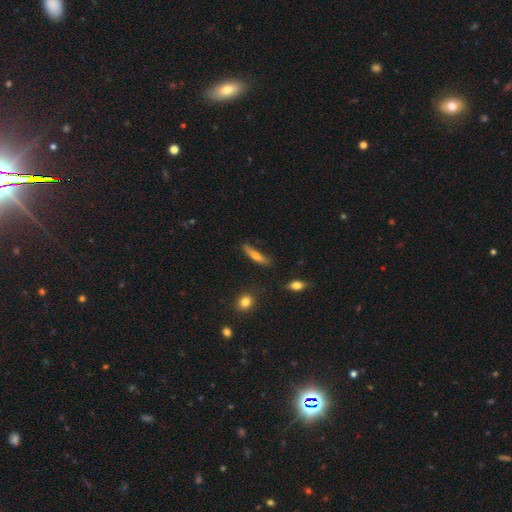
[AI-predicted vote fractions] smooth 63%, featured or disk 29%, star or artifact 8%. Down the decision tree: how rounded — cigar-shaped (80%); merging — none (68%).